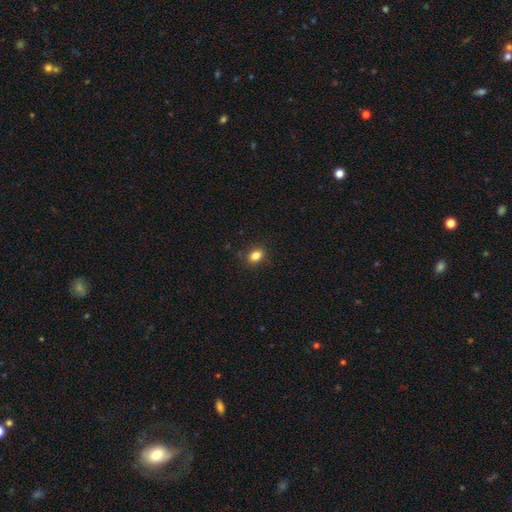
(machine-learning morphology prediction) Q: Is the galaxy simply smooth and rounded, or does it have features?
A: smooth — 83%.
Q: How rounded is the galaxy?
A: in between — 68%.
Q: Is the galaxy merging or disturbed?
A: none — 85%.